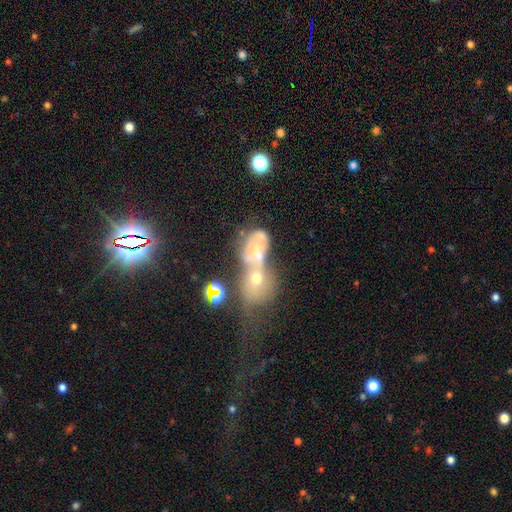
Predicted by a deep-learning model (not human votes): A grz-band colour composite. It shows a featured or disk galaxy (43%). Merging: merger (68%).